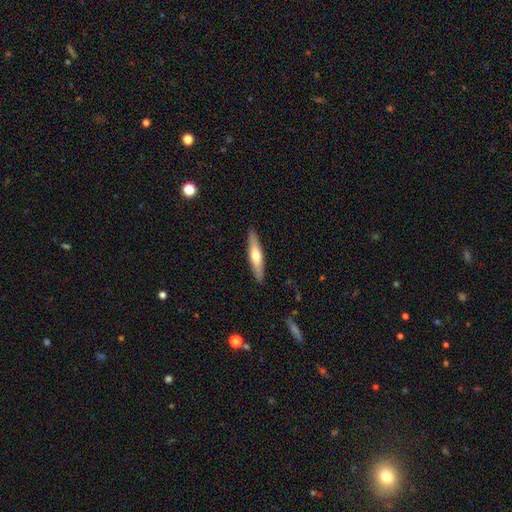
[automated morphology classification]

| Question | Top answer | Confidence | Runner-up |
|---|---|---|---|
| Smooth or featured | smooth | 49% | featured or disk (45%) |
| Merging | none | 90% | minor disturbance (7%) |